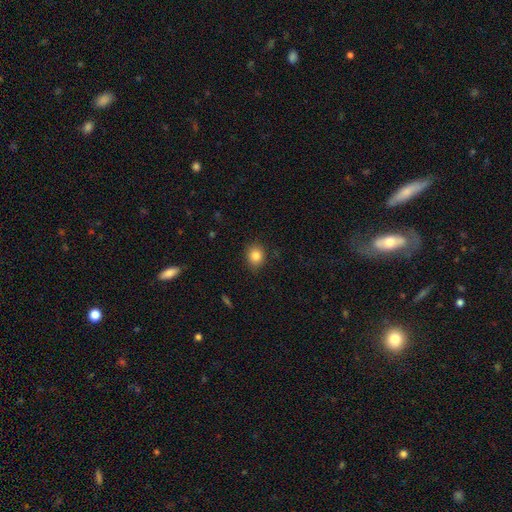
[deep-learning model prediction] Smooth or featured: smooth — 84% (star or artifact — 10%)
How rounded: round — 67% (in between — 32%)
Merging: none — 85% (minor disturbance — 11%)